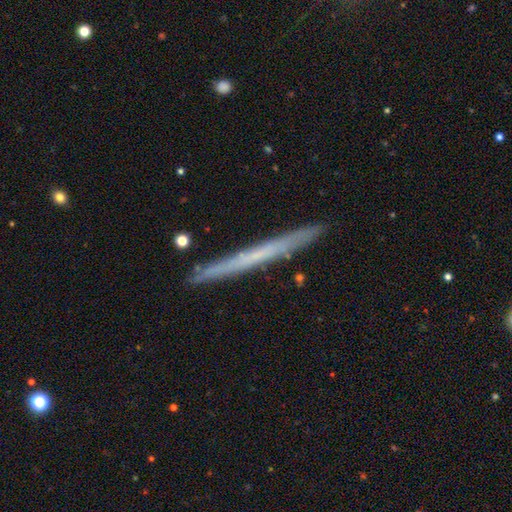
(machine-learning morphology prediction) smooth-or-featured: featured or disk: 53% | smooth: 41% | star or artifact: 6%
  disk-edge-on: yes: 96% | no: 4%
    edge-on-bulge: none: 90% | rounded: 7% | boxy: 3%
  merging: none: 90% | minor disturbance: 7% | merger: 1% | major disturbance: 1%